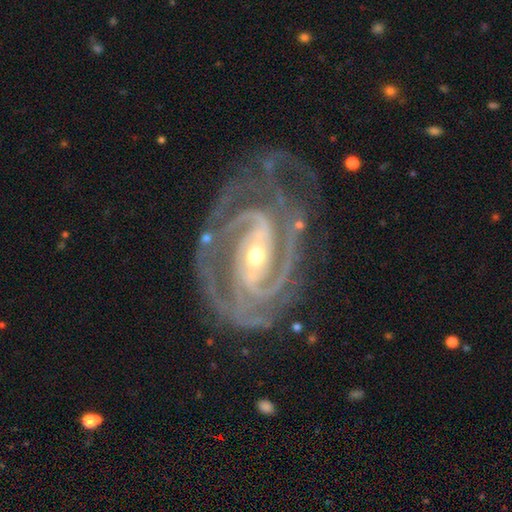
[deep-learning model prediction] Smooth or featured: featured or disk — 93% (star or artifact — 4%)
Edge-on disk: no — 97% (yes — 3%)
Bar: strong — 39% (weak — 34%)
Spiral arms: yes — 99% (no — 1%)
Spiral winding: tight — 62% (medium — 33%)
Spiral arm count: 2 — 36% (3 — 30%)
Bulge size: moderate — 53% (small — 42%)
Merging: none — 64% (minor disturbance — 20%)